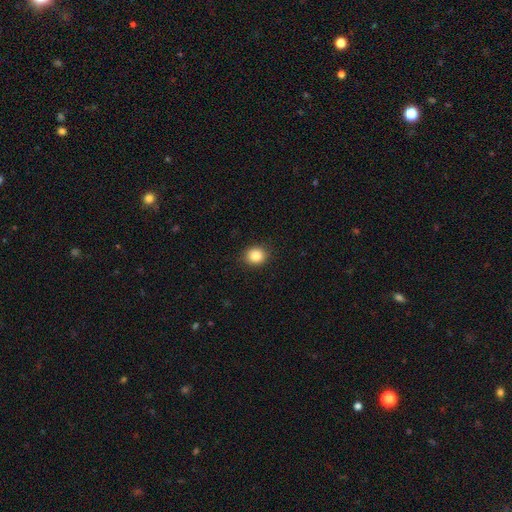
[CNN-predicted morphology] smooth-or-featured: smooth: 85% | star or artifact: 10% | featured or disk: 5%
  how-rounded: round: 75% | in between: 24% | cigar-shaped: 1%
  merging: none: 89% | minor disturbance: 8% | major disturbance: 2% | merger: 1%